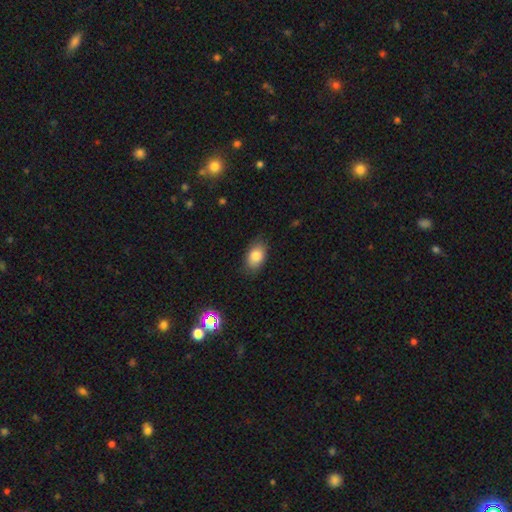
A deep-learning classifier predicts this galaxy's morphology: Smooth or featured? Predicted: smooth (p=0.83). How rounded? Predicted: in between (p=0.87). Merging? Predicted: none (p=0.82).